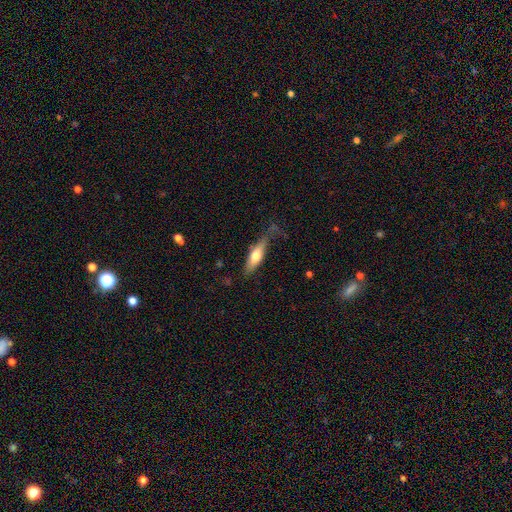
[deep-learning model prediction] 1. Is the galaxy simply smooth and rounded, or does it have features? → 61% smooth, 34% featured or disk, 6% star or artifact.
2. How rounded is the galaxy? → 59% cigar-shaped, 39% in between, 2% round.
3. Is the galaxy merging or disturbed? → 58% none, 28% minor disturbance, 11% major disturbance, 3% merger.